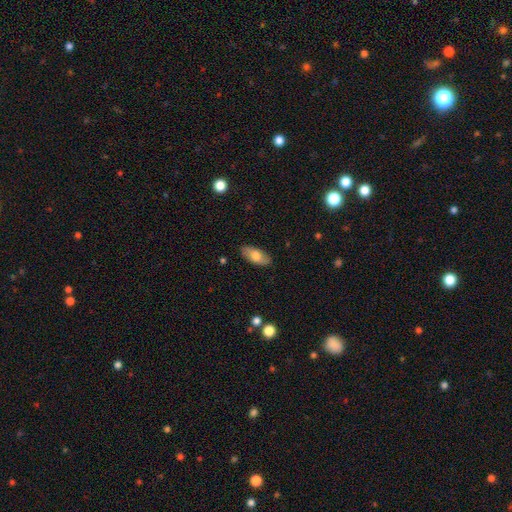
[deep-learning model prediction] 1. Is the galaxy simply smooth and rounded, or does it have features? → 72% smooth, 22% featured or disk, 6% star or artifact.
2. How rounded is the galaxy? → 89% in between, 9% cigar-shaped, 3% round.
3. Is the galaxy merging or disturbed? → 87% none, 10% minor disturbance, 2% major disturbance, 1% merger.